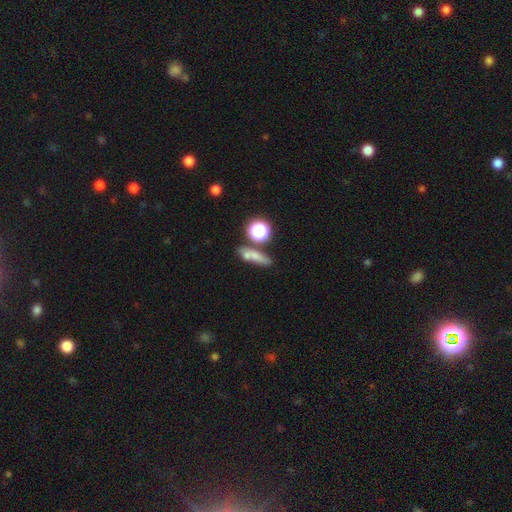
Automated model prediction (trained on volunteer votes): Overall: smooth (67%). How rounded: cigar-shaped (42%; round 29%). Merging: none (56%; merger 23%).